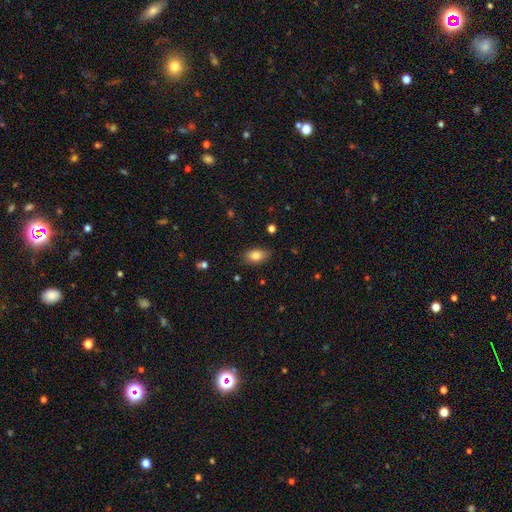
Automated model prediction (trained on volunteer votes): Smooth or featured? Predicted: smooth (p=0.82). How rounded? Predicted: in between (p=0.88). Merging? Predicted: none (p=0.82).